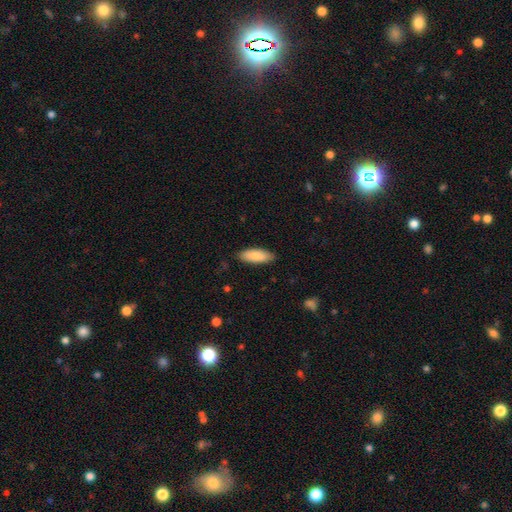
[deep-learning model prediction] Smooth or featured? Predicted: smooth (p=0.88). How rounded? Predicted: in between (p=0.72). Merging? Predicted: none (p=0.86).